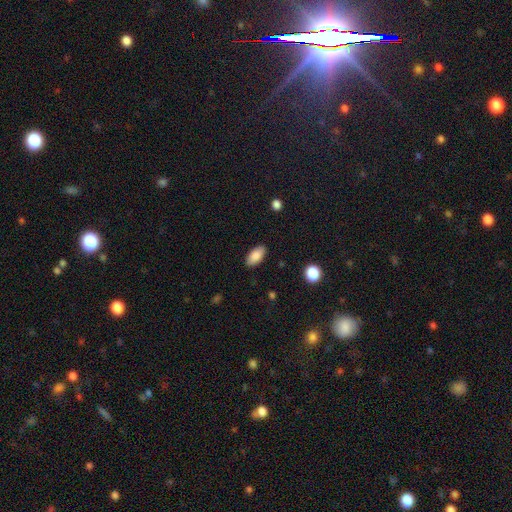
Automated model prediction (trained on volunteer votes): smooth 87%, star or artifact 7%, featured or disk 6%. Down the decision tree: how rounded — in between (93%); merging — none (88%).